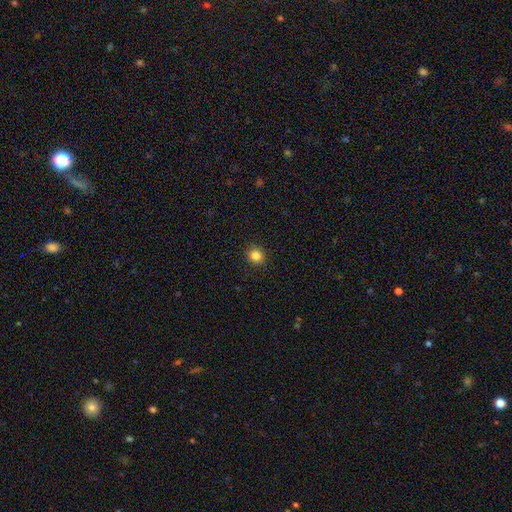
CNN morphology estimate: smooth 84%, star or artifact 12%, featured or disk 4%. Down the decision tree: how rounded — round (89%); merging — none (92%).